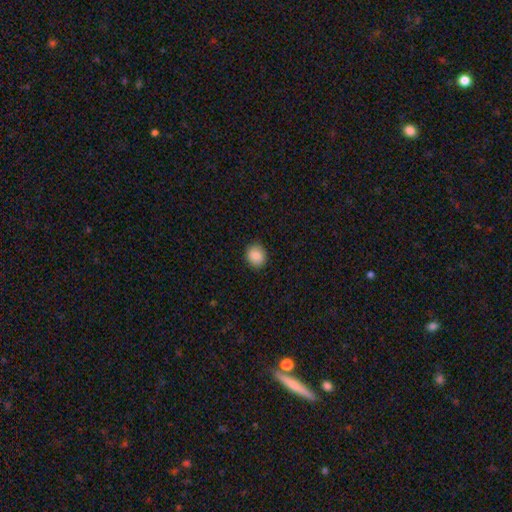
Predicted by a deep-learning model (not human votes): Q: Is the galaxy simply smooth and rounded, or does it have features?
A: smooth — 88%.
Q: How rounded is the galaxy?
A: round — 75%.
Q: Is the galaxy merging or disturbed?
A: none — 90%.